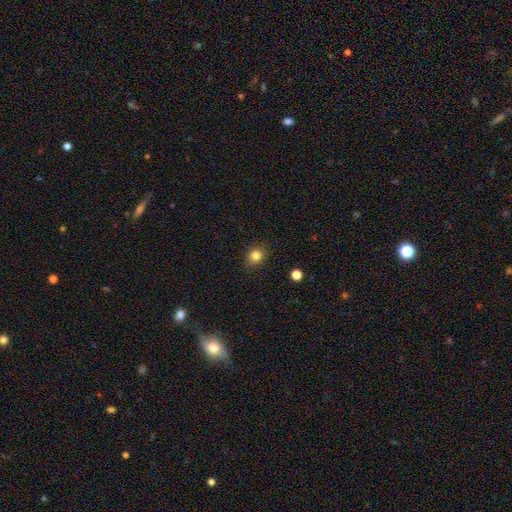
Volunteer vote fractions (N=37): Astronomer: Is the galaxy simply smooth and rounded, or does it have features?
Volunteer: smooth — 92%.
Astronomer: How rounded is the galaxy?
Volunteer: round — 50%, tied with in between at 50%.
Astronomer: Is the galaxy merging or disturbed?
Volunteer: none — 92%.